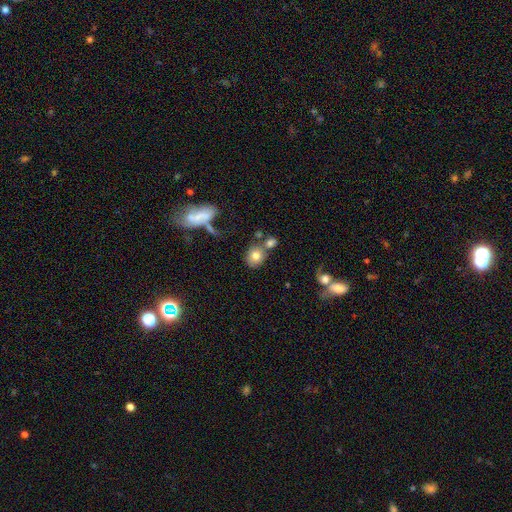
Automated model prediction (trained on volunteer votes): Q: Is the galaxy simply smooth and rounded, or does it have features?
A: smooth — 76%.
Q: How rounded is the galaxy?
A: round — 65%.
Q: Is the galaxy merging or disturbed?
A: none — 59%.